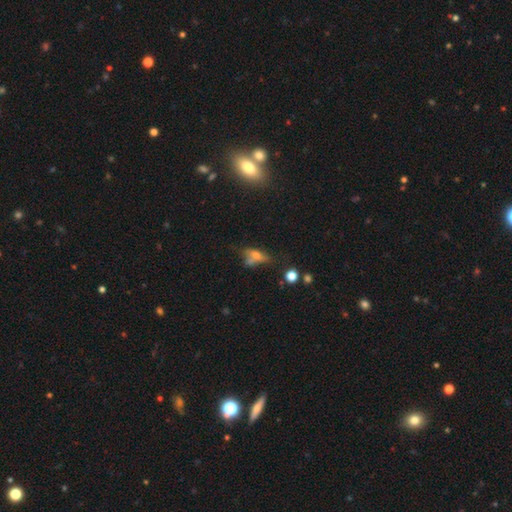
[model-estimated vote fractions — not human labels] Smooth or featured?
  - smooth: 51% *
  - featured or disk: 29%
  - star or artifact: 20%
How rounded?
  - in between: 65% *
  - cigar-shaped: 22%
  - round: 13%
Merging?
  - none: 40% *
  - merger: 21%
  - minor disturbance: 21%
  - major disturbance: 17%